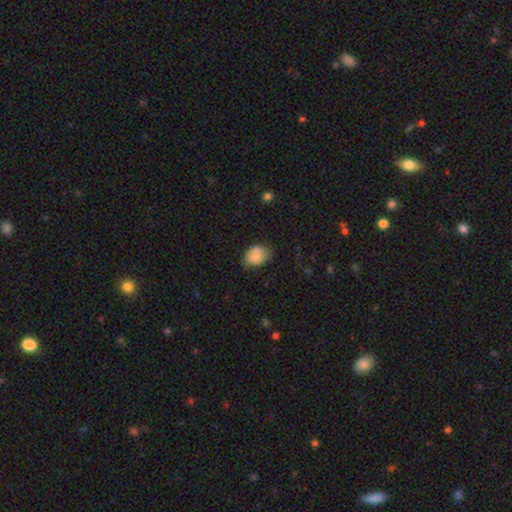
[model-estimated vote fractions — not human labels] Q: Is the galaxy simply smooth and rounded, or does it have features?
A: smooth — 81%.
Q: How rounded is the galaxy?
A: in between — 62%.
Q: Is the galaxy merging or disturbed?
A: none — 60%.